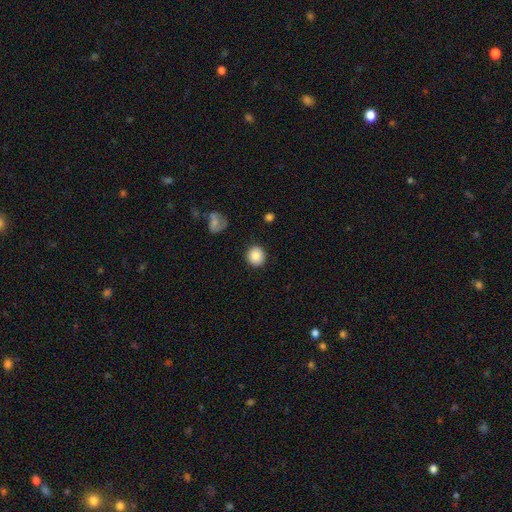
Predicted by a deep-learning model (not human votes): A smooth galaxy with no disk features (87%) that is round (87%).

Vote fractions:
- Smooth or featured? smooth: 87% / star or artifact: 9% / featured or disk: 5%
- How rounded? round: 87% / in between: 12% / cigar-shaped: 1%
- Merging? none: 88% / minor disturbance: 7% / major disturbance: 3% / merger: 2%